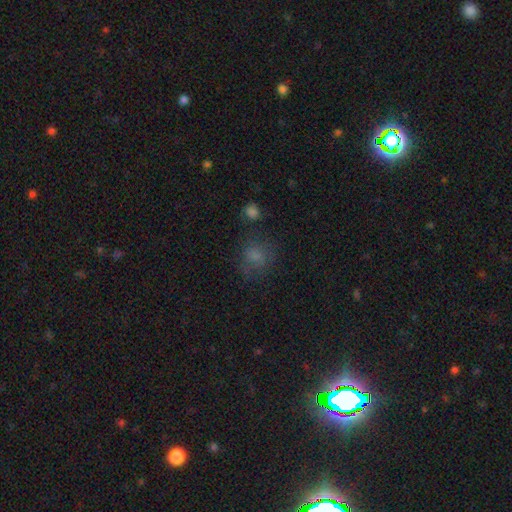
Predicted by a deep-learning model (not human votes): Smooth or featured: smooth — 70% (star or artifact — 18%)
How rounded: round — 75% (in between — 24%)
Merging: none — 64% (minor disturbance — 18%)